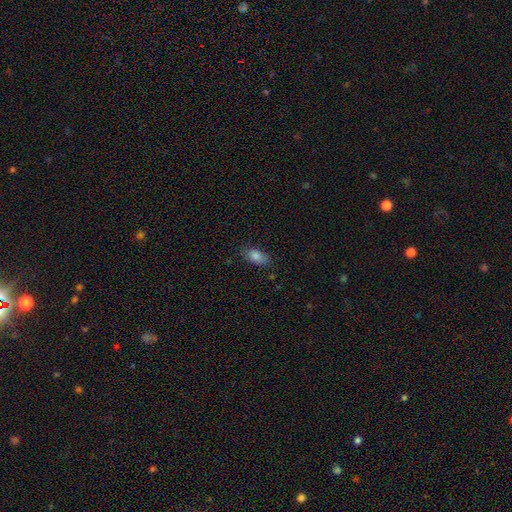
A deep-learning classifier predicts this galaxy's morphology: smooth-or-featured: smooth: 84% | star or artifact: 9% | featured or disk: 7%
  how-rounded: in between: 89% | cigar-shaped: 6% | round: 5%
  merging: none: 79% | minor disturbance: 16% | major disturbance: 4% | merger: 1%